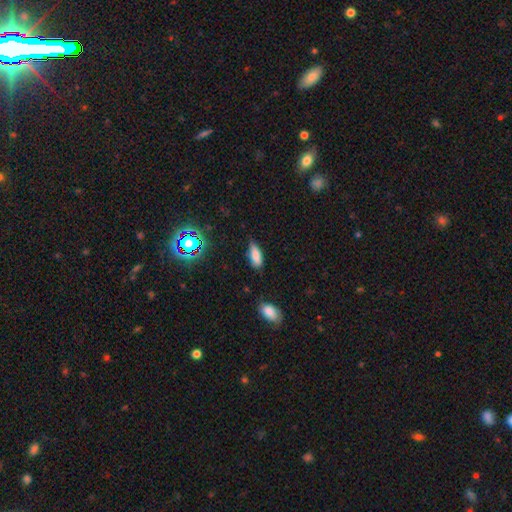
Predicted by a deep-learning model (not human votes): This is likely a smooth galaxy (77%). How rounded: likely in between (71%). Merging: likely none (67%).